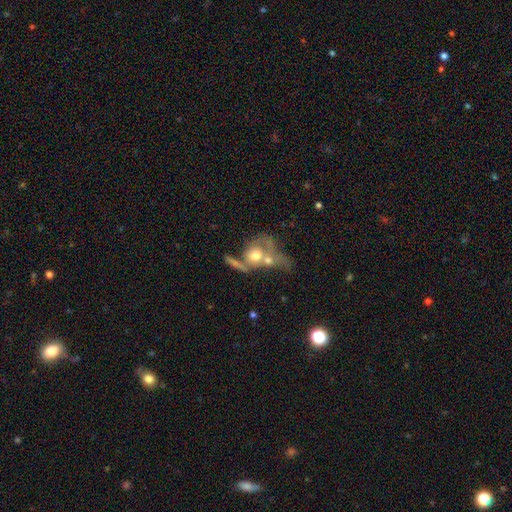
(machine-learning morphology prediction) Q: Smooth or featured?
A: smooth (48%); runner-up: featured or disk (44%)
Q: Merging?
A: merger (62%); runner-up: none (15%)